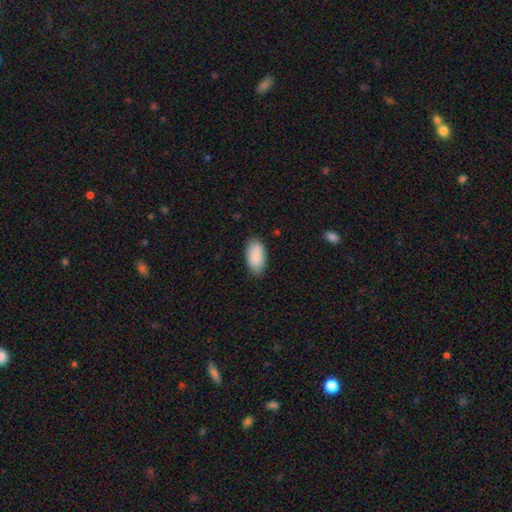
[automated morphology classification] Smooth or featured?
  - smooth: 90% *
  - star or artifact: 6%
  - featured or disk: 4%
How rounded?
  - in between: 95% *
  - cigar-shaped: 3%
  - round: 2%
Merging?
  - none: 85% *
  - minor disturbance: 12%
  - major disturbance: 2%
  - merger: 1%